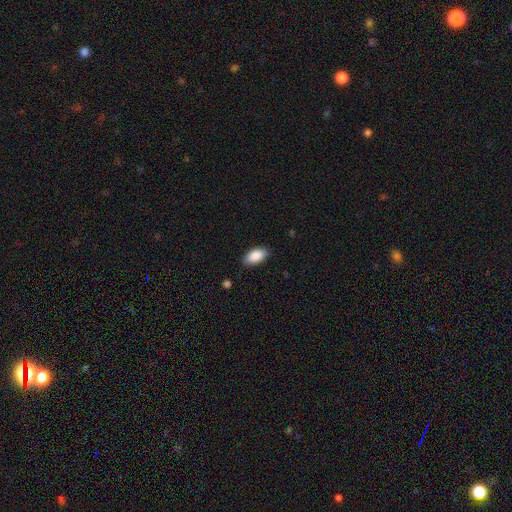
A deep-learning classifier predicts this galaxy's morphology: A smooth galaxy with no disk features (89%) that is in between round and cigar-shaped (94%).

Vote fractions:
- Smooth or featured? smooth: 89% / star or artifact: 6% / featured or disk: 4%
- How rounded? in between: 94% / cigar-shaped: 4% / round: 3%
- Merging? none: 87% / minor disturbance: 10% / major disturbance: 2% / merger: 1%